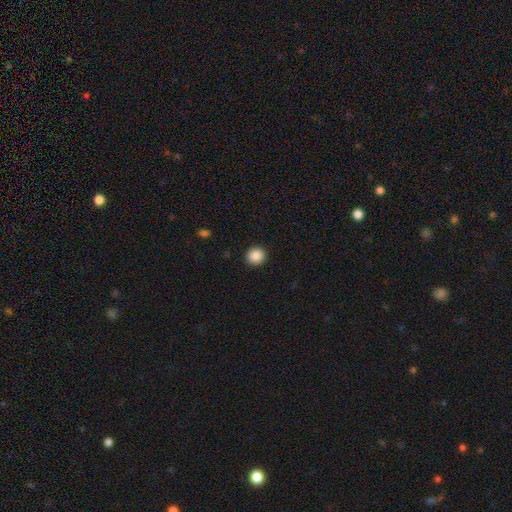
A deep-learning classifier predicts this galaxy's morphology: Q: Smooth or featured?
A: smooth (89%); runner-up: star or artifact (9%)
Q: How rounded?
A: round (89%); runner-up: in between (10%)
Q: Merging?
A: none (92%); runner-up: minor disturbance (5%)